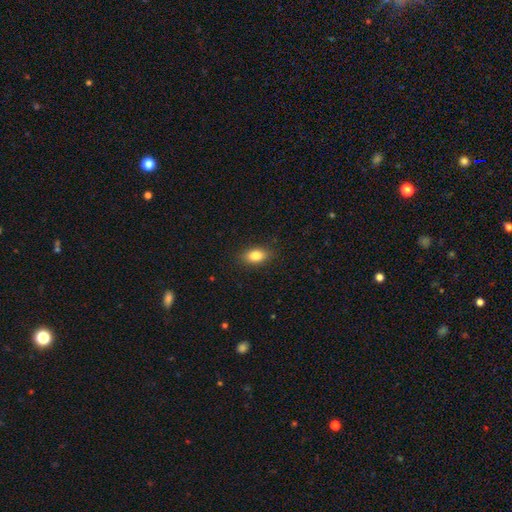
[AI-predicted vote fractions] Morphology: type=smooth (84%); roundness=in between (86%); merging=none (87%).